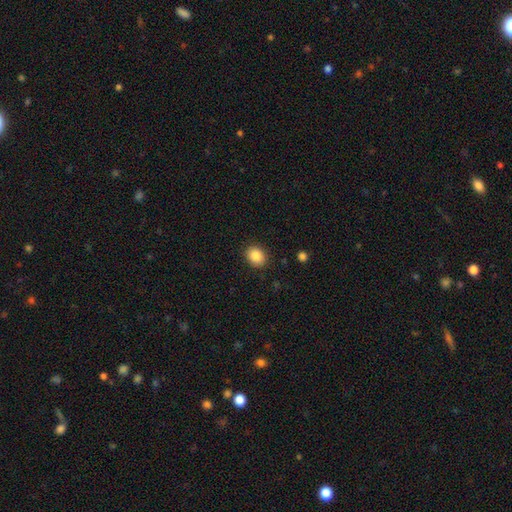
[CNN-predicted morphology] Smooth or featured? Predicted: smooth (p=0.87). How rounded? Predicted: in between (p=0.53). Merging? Predicted: none (p=0.89).